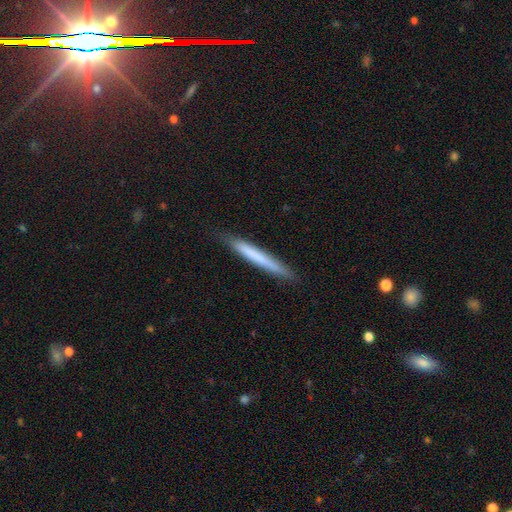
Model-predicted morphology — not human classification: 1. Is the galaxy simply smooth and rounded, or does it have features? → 65% smooth, 29% featured or disk, 6% star or artifact.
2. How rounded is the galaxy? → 97% cigar-shaped, 2% in between, 1% round.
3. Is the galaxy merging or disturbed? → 86% none, 11% minor disturbance, 2% major disturbance, 1% merger.